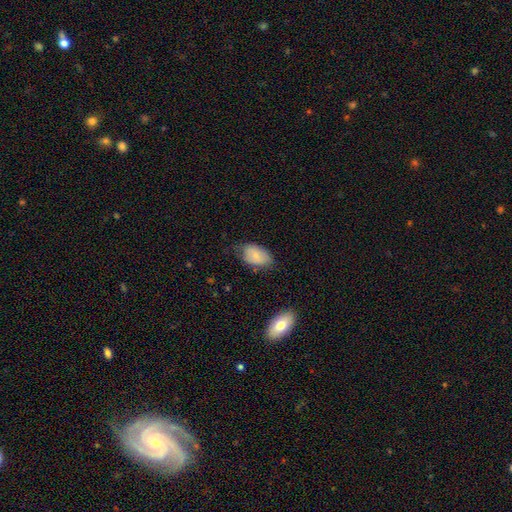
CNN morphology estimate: The model was most divided on "merging": none: 60%, minor disturbance: 31%, major disturbance: 8%, merger: 2%. More confident: how rounded — in between (90%); smooth or featured — smooth (76%).